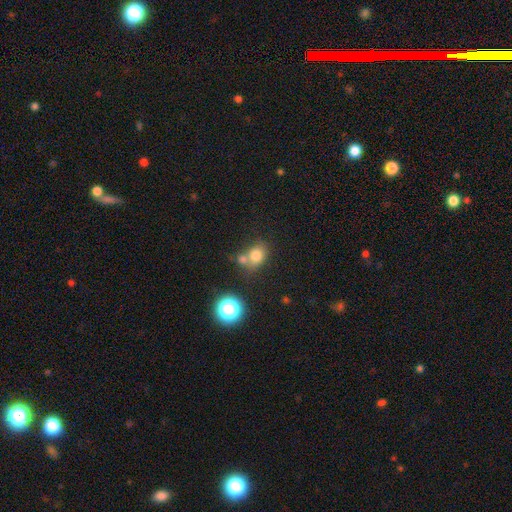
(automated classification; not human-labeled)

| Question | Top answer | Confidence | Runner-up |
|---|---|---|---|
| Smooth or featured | smooth | 77% | star or artifact (14%) |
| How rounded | round | 56% | in between (43%) |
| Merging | none | 47% | merger (36%) |